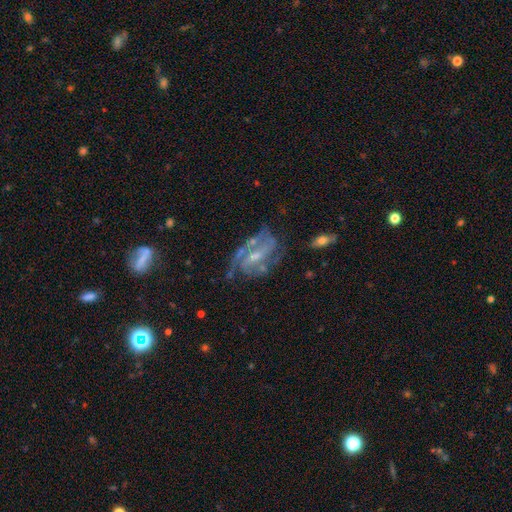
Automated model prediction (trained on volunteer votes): Morphology: type=featured or disk (82%); edge-on=no (96%); bar=weak (46%); spiral arms=yes (88%); winding=medium (48%); arm count=2 (45%); bulge=small (52%); merging=none (52%).